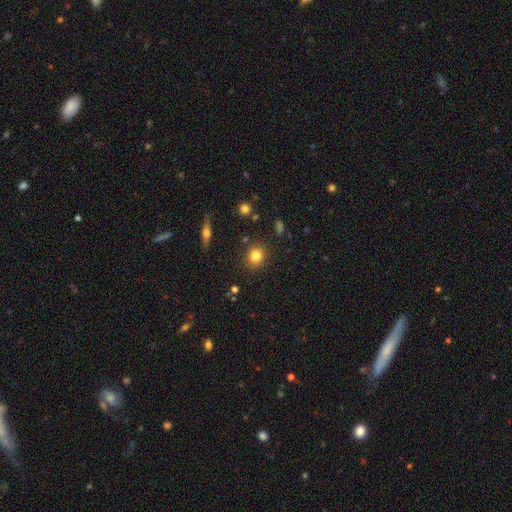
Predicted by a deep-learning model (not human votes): The model was most divided on "how rounded": round: 74%, in between: 24%, cigar-shaped: 1%. More confident: merging — none (87%); smooth or featured — smooth (81%).